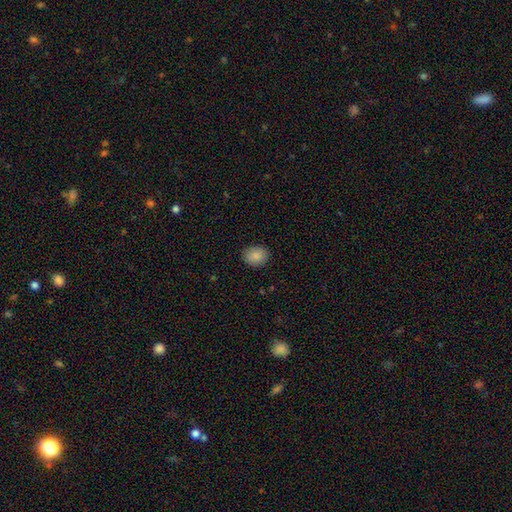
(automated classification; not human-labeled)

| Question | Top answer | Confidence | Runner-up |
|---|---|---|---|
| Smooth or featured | smooth | 87% | star or artifact (8%) |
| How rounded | round | 55% | in between (44%) |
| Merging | none | 89% | minor disturbance (8%) |